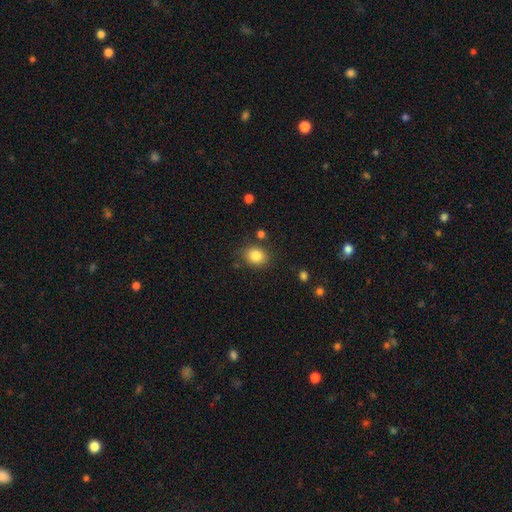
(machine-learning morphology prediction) A smooth galaxy with no disk features (84%) that is round (52%).

Vote fractions:
- Smooth or featured? smooth: 84% / star or artifact: 10% / featured or disk: 6%
- How rounded? round: 52% / in between: 47% / cigar-shaped: 1%
- Merging? none: 81% / minor disturbance: 12% / merger: 4% / major disturbance: 4%